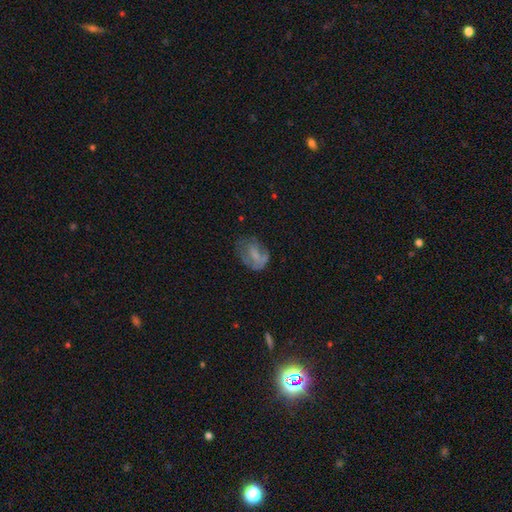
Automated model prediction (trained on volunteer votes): smooth-or-featured: smooth: 49% | featured or disk: 41% | star or artifact: 10%
  merging: none: 44% | minor disturbance: 28% | major disturbance: 26% | merger: 3%